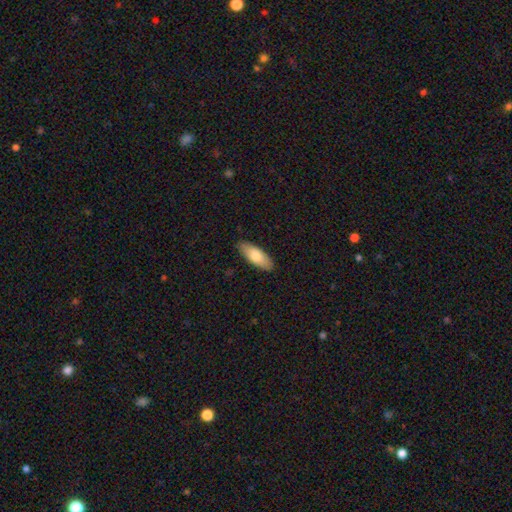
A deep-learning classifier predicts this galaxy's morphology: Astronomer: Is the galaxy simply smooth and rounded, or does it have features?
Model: smooth — 77%.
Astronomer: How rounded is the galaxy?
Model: in between — 71%.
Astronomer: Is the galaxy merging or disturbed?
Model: none — 87%.